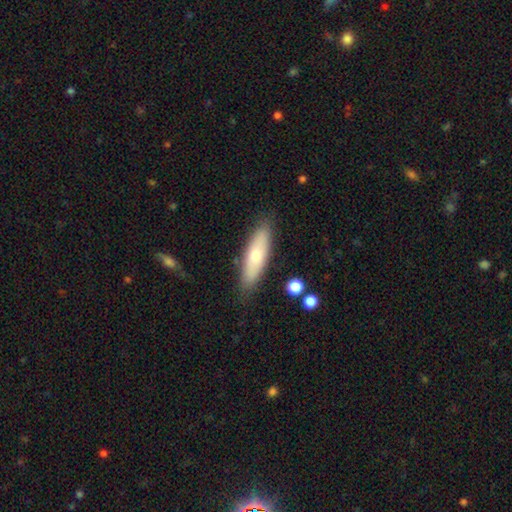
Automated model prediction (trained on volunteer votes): smooth_or_featured: smooth (p=0.66) [alt: featured or disk p=0.28]
how_rounded: cigar-shaped (p=0.52) [alt: in between p=0.46]
merging: none (p=0.84) [alt: minor disturbance p=0.12]